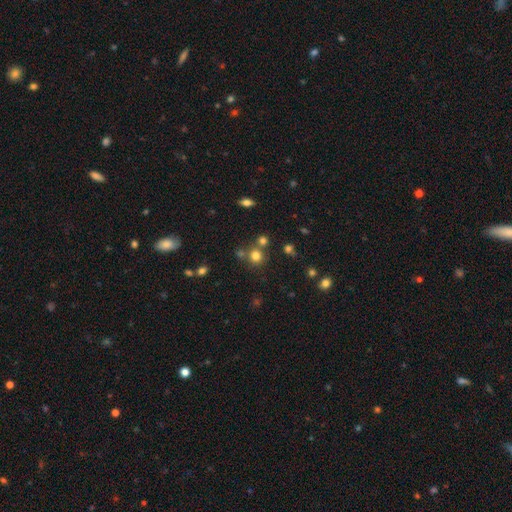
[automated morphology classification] smooth_or_featured: smooth (p=0.74) [alt: star or artifact p=0.18]
how_rounded: round (p=0.90) [alt: in between p=0.09]
merging: none (p=0.70) [alt: merger p=0.18]